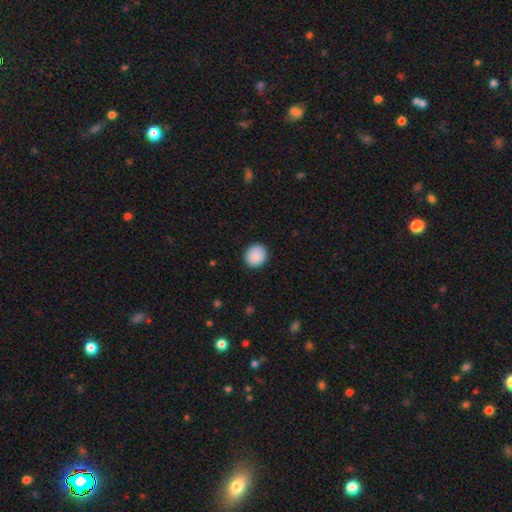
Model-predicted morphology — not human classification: Q: Smooth or featured?
A: smooth (89%); runner-up: star or artifact (7%)
Q: How rounded?
A: round (77%); runner-up: in between (22%)
Q: Merging?
A: none (88%); runner-up: minor disturbance (8%)